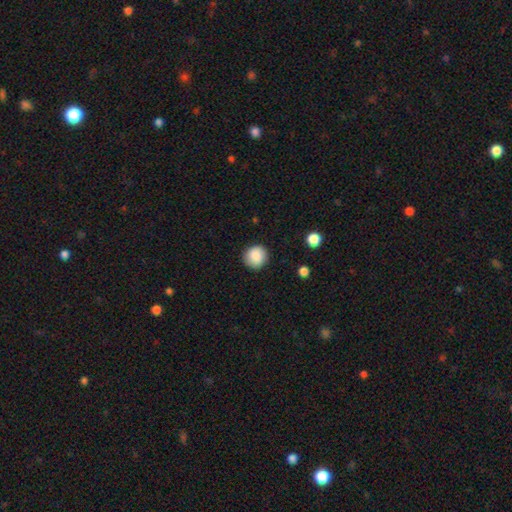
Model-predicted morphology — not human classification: This appears to be a smooth galaxy with no disk features (87%) that is round (92%). Merging: none (89%).